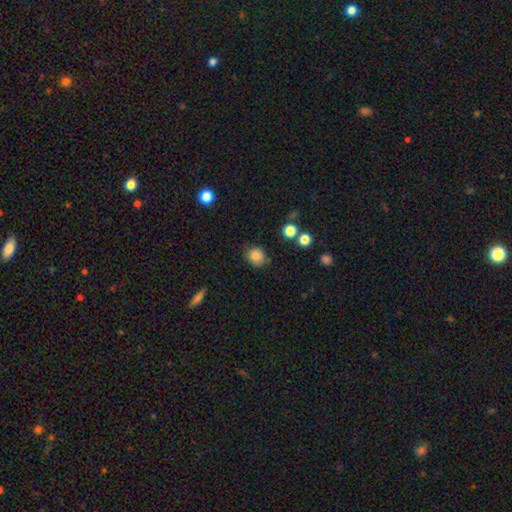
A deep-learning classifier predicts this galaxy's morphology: The model was most divided on "how rounded": round: 82%, in between: 17%, cigar-shaped: 1%. More confident: smooth or featured — smooth (84%); merging — none (81%).